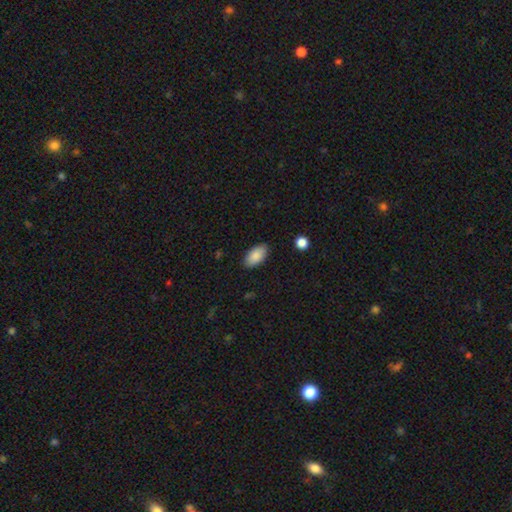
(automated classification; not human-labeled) The model was most divided on "merging": none: 86%, minor disturbance: 10%, major disturbance: 2%, merger: 1%. More confident: how rounded — in between (94%); smooth or featured — smooth (88%).